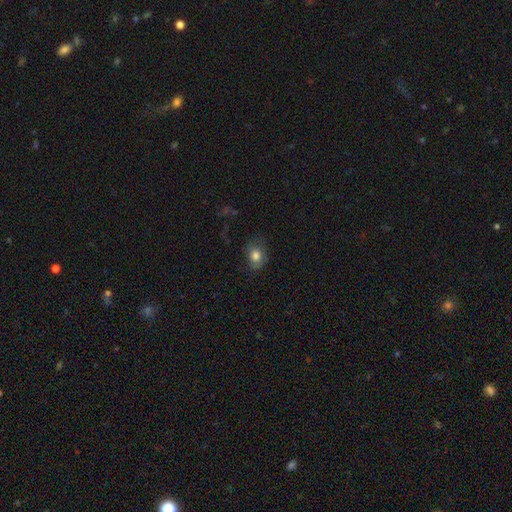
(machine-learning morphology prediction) Smooth or featured: smooth — 80% (featured or disk — 10%)
How rounded: in between — 51% (round — 48%)
Merging: none — 68% (minor disturbance — 23%)